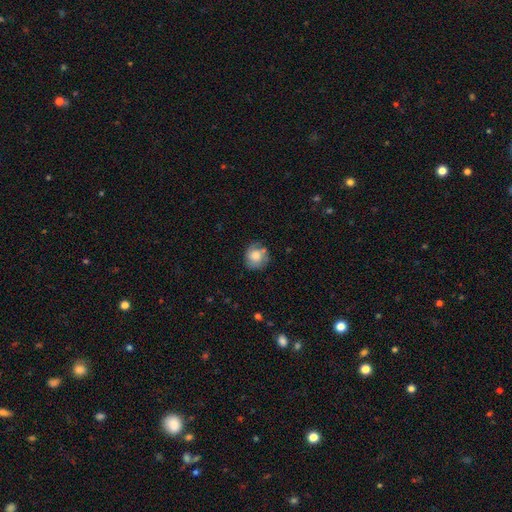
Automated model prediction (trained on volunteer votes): This appears to be a smooth galaxy with no disk features (76%) that is round (84%). Merging: none (66%).